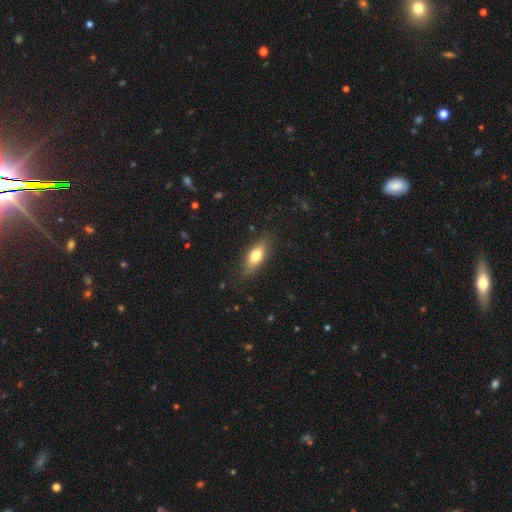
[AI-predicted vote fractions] Smooth or featured? Predicted: smooth (p=0.72). How rounded? Predicted: in between (p=0.74). Merging? Predicted: none (p=0.83).